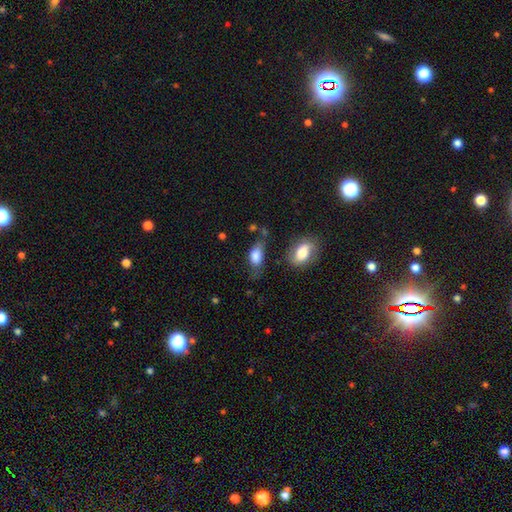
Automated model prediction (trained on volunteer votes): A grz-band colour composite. It shows a smooth galaxy with no disk features (82%) that is in between round and cigar-shaped (89%). Merging: none (50%).